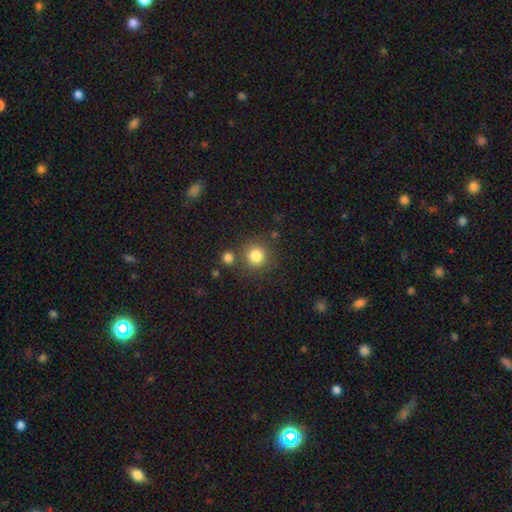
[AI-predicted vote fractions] Q: Smooth or featured?
A: smooth (83%); runner-up: star or artifact (11%)
Q: How rounded?
A: round (93%); runner-up: in between (6%)
Q: Merging?
A: none (79%); runner-up: merger (9%)